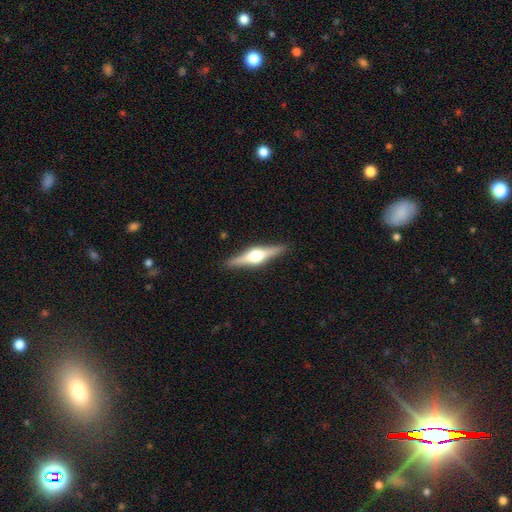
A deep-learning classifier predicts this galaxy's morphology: A featured or disk galaxy (77%) viewed edge-on (98%) with a rounded central bulge (95%).

Vote fractions:
- Smooth or featured? featured or disk: 77% / smooth: 17% / star or artifact: 6%
- Edge-on disk? yes: 98% / no: 2%
- Edge-on bulge? rounded: 95% / boxy: 3% / none: 1%
- Merging? none: 91% / minor disturbance: 7% / major disturbance: 2% / merger: 1%